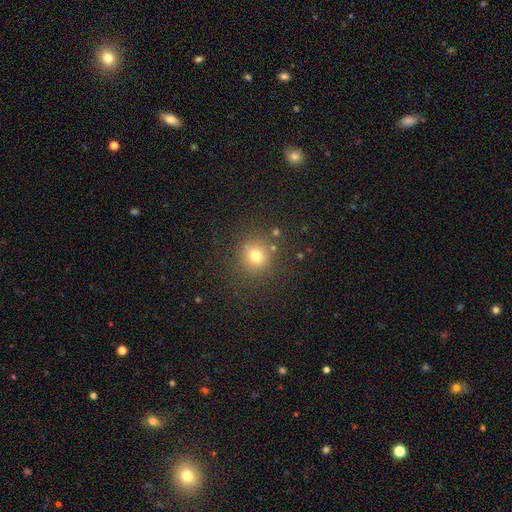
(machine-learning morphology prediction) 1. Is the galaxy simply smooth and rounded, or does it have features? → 73% smooth, 19% star or artifact, 8% featured or disk.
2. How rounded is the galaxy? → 92% round, 7% in between, 1% cigar-shaped.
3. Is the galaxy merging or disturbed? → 84% none, 9% minor disturbance, 4% merger, 4% major disturbance.